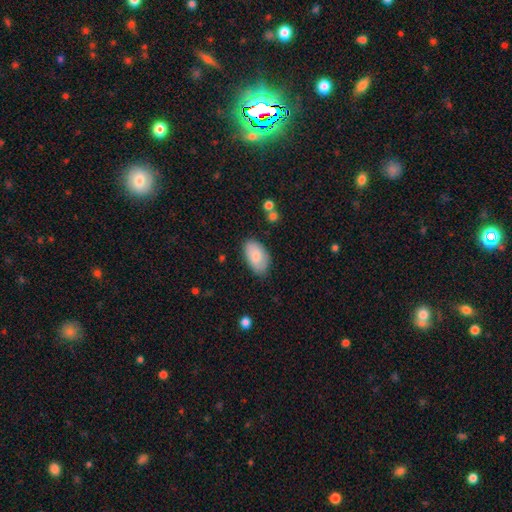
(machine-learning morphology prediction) smooth-or-featured: smooth: 80% | featured or disk: 14% | star or artifact: 6%
  how-rounded: in between: 94% | round: 4% | cigar-shaped: 2%
  merging: none: 78% | minor disturbance: 17% | major disturbance: 3% | merger: 2%